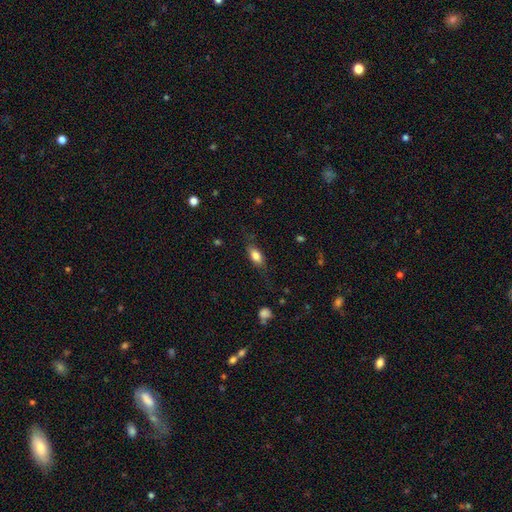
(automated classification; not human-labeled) The model was most divided on "merging": none: 72%, minor disturbance: 19%, major disturbance: 7%, merger: 2%. More confident: how rounded — in between (84%); smooth or featured — smooth (79%).